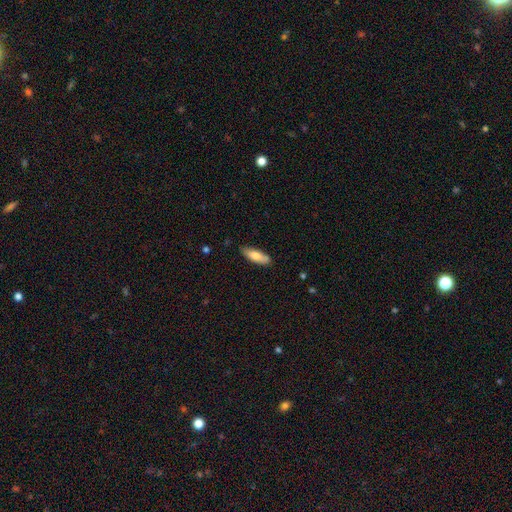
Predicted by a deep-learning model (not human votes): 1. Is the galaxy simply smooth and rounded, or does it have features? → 75% smooth, 19% featured or disk, 6% star or artifact.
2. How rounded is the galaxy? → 55% in between, 43% cigar-shaped, 2% round.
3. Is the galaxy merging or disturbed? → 80% none, 15% minor disturbance, 2% major disturbance, 2% merger.